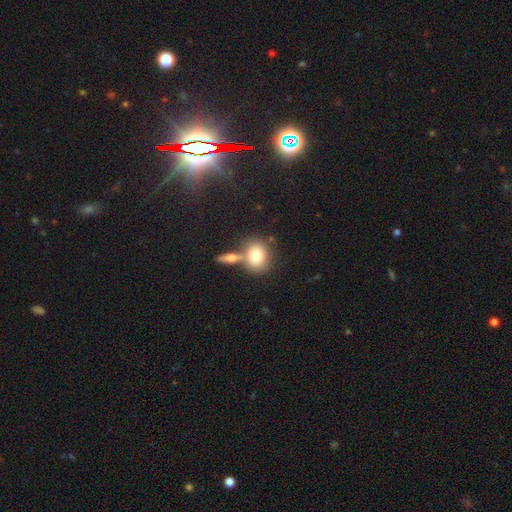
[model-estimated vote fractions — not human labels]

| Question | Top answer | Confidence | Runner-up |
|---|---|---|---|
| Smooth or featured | smooth | 76% | featured or disk (15%) |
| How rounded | round | 51% | in between (47%) |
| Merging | none | 48% | merger (38%) |